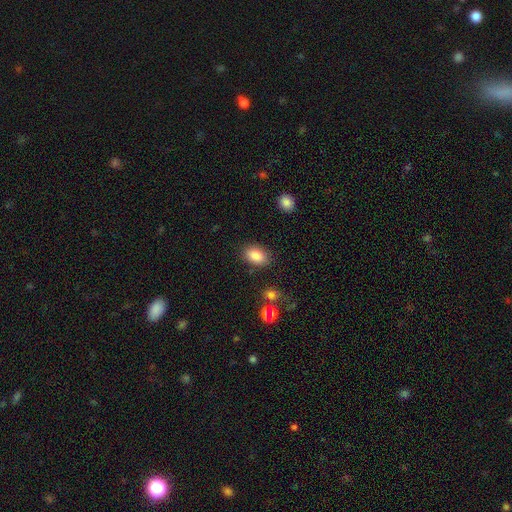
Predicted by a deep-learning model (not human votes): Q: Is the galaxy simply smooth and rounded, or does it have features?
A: smooth — 85%.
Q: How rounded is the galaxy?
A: in between — 86%.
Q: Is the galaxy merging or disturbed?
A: none — 84%.